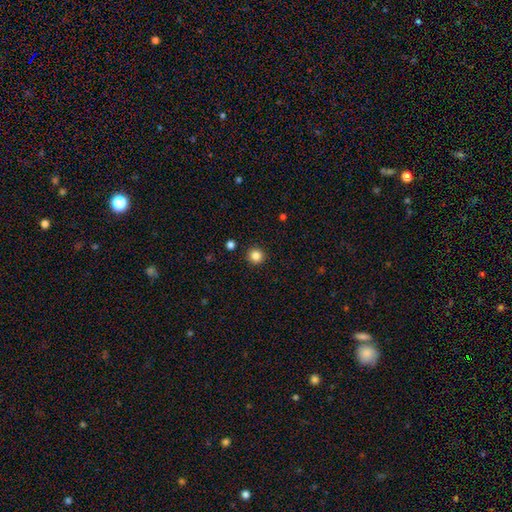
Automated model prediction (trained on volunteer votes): Smooth or featured? smooth (85%)
How rounded? round (95%)
Merging? none (92%)